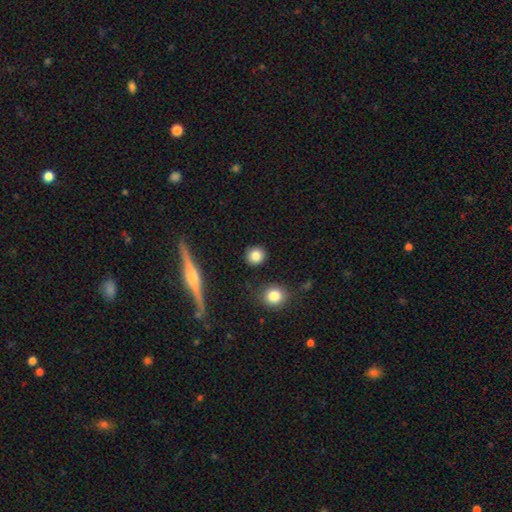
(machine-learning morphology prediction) Overall: smooth (84%). How rounded: round (89%). Merging: none (89%).